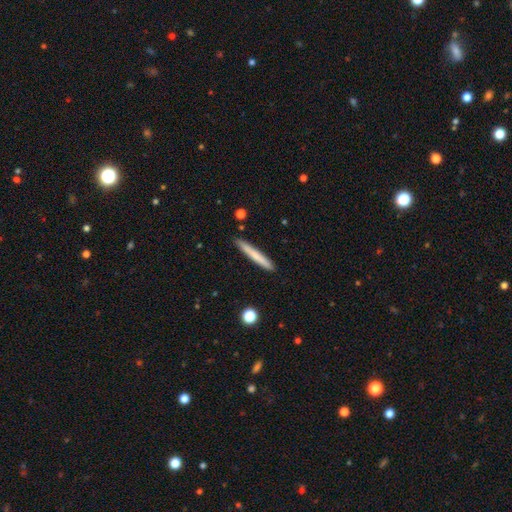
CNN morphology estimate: Smooth or featured?
  - smooth: 70% *
  - featured or disk: 25%
  - star or artifact: 6%
How rounded?
  - cigar-shaped: 96% *
  - in between: 2%
  - round: 1%
Merging?
  - none: 90% *
  - minor disturbance: 7%
  - merger: 1%
  - major disturbance: 1%